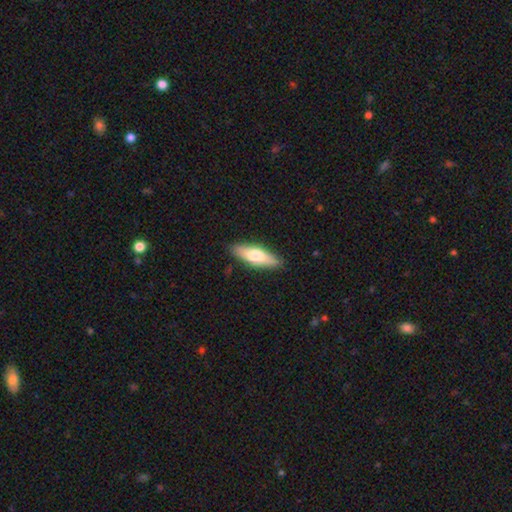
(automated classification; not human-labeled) A smooth galaxy with no disk features (63%) that is cigar-shaped (51%).

Vote fractions:
- Smooth or featured? smooth: 63% / featured or disk: 31% / star or artifact: 5%
- How rounded? cigar-shaped: 51% / in between: 47% / round: 2%
- Merging? none: 88% / minor disturbance: 9% / major disturbance: 2% / merger: 1%